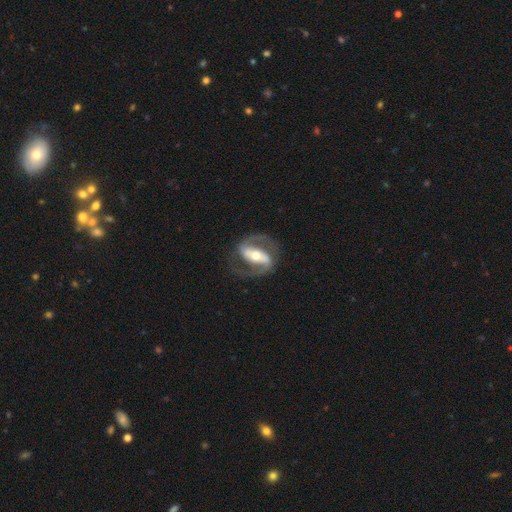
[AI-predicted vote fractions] Q: Smooth or featured?
A: featured or disk (88%); runner-up: smooth (7%)
Q: Edge-on disk?
A: no (96%); runner-up: yes (4%)
Q: Bar?
A: strong (64%); runner-up: weak (22%)
Q: Spiral arms?
A: yes (94%); runner-up: no (6%)
Q: Spiral winding?
A: medium (55%); runner-up: tight (24%)
Q: Spiral arm count?
A: 2 (92%); runner-up: can't tell (3%)
Q: Bulge size?
A: moderate (63%); runner-up: small (26%)
Q: Merging?
A: none (79%); runner-up: minor disturbance (12%)